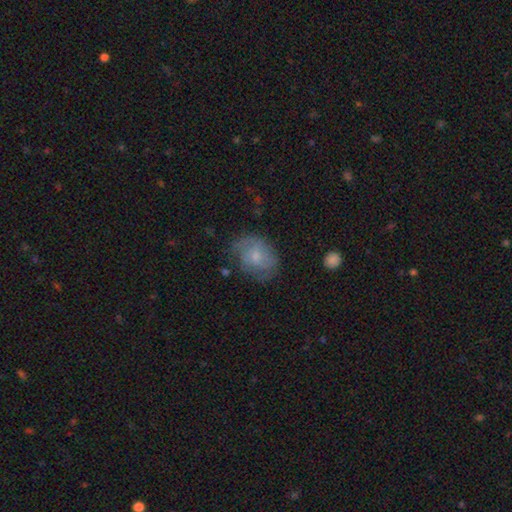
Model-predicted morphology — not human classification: This is possibly a smooth galaxy (51%). How rounded: possibly in between (56%). Merging: possibly none (59%).